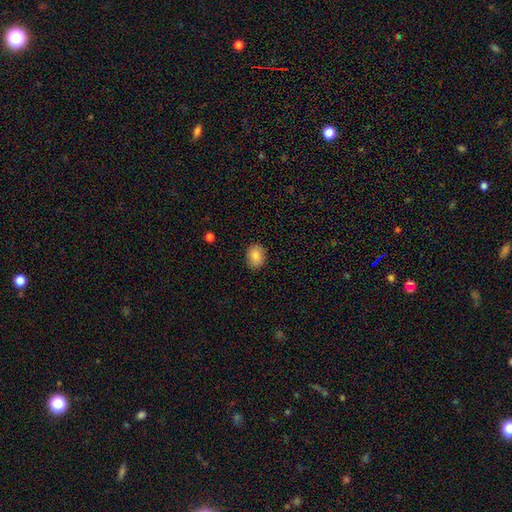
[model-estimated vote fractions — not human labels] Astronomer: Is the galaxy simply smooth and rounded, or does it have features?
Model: smooth — 86%.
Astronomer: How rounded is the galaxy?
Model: in between — 59% (runner-up: round, 40%).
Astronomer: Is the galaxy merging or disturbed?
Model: none — 89%.